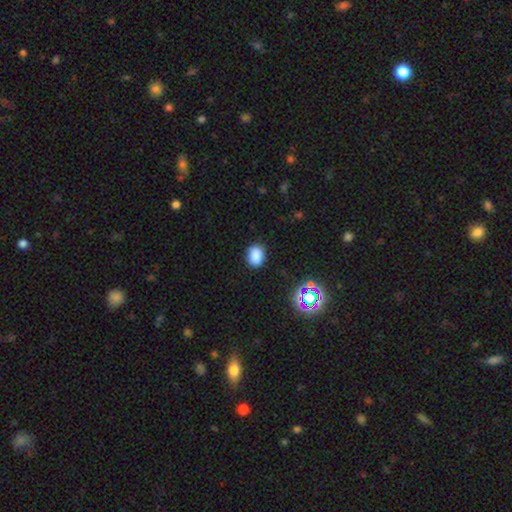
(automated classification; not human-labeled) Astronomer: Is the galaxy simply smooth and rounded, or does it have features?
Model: smooth — 84%.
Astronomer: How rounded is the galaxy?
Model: in between — 66%.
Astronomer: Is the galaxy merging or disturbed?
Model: none — 85%.